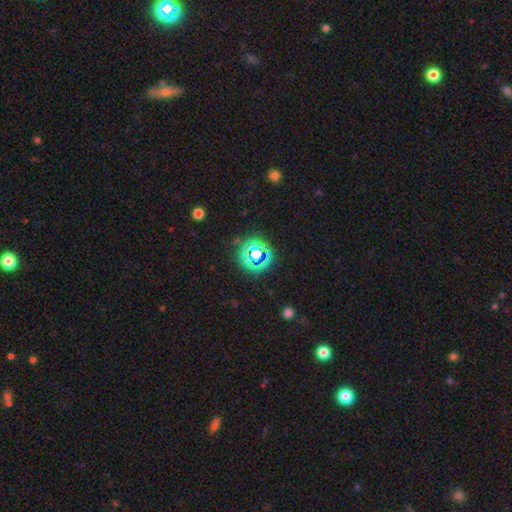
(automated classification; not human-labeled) smooth_or_featured: star or artifact (p=0.71) [alt: smooth p=0.19]